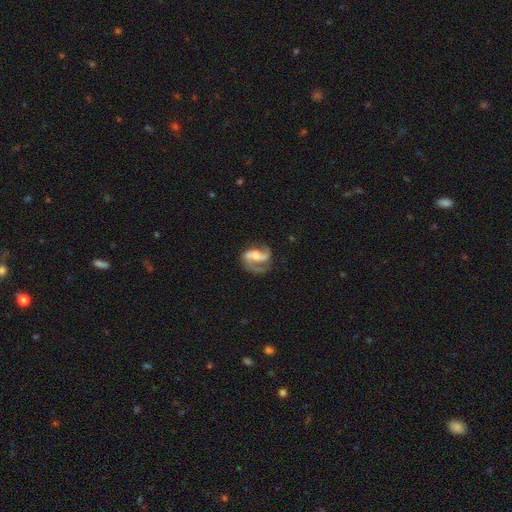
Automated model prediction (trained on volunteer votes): The model was most divided on "bulge size": moderate: 34%, small: 29%, none: 23%, large: 12%, dominant: 2%. Remaining: edge-on disk — no (98%); spiral arms — yes (93%); smooth or featured — featured or disk (82%); spiral arm count — 2 (80%); merging — none (52%); spiral winding — medium (49%); bar — weak (42%).